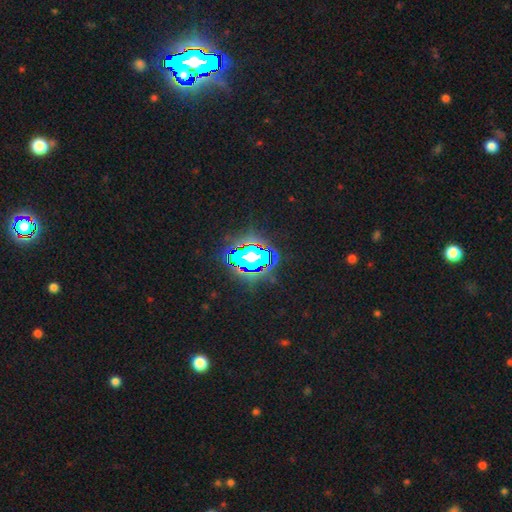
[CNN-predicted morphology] smooth-or-featured: star or artifact: 82% | smooth: 11% | featured or disk: 7%